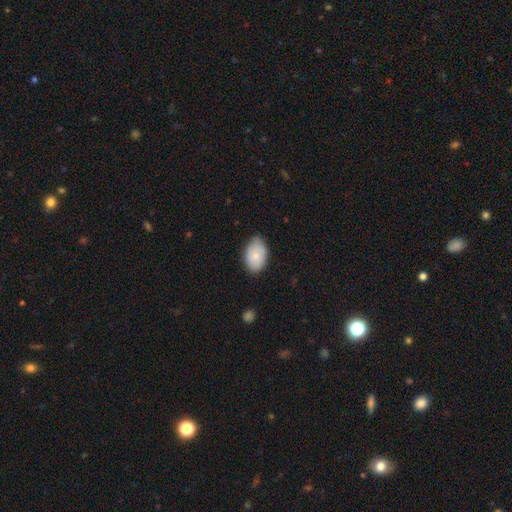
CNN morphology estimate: Q: Smooth or featured?
A: smooth (80%); runner-up: featured or disk (14%)
Q: How rounded?
A: in between (88%); runner-up: round (11%)
Q: Merging?
A: none (77%); runner-up: minor disturbance (19%)